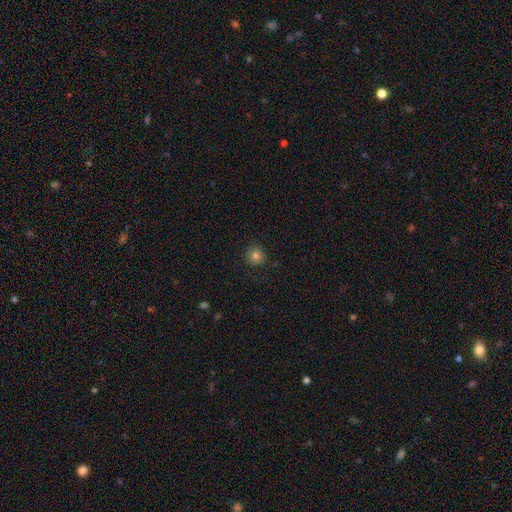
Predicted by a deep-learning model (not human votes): smooth-or-featured: smooth: 81% | star or artifact: 13% | featured or disk: 6%
  how-rounded: round: 94% | in between: 5% | cigar-shaped: 1%
  merging: none: 90% | minor disturbance: 7% | major disturbance: 2% | merger: 1%